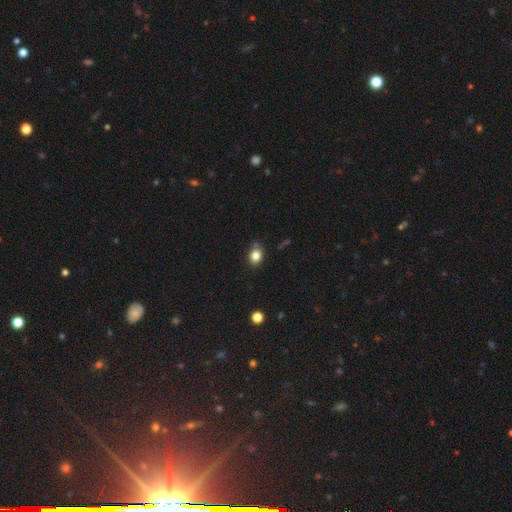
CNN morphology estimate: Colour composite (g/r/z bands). It shows a smooth galaxy with no disk features (82%) that is round (55%). Merging: none (75%).